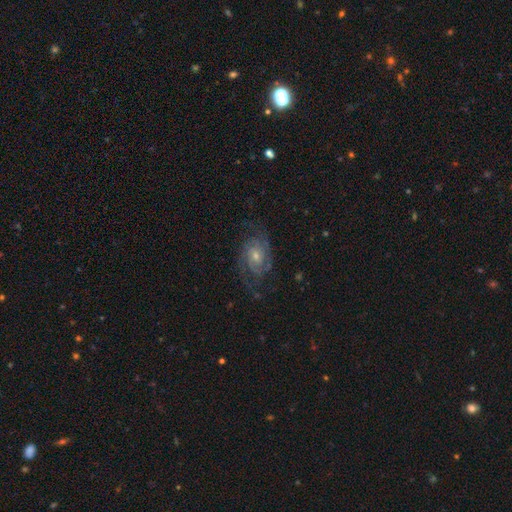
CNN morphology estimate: Smooth or featured: featured or disk — 82% (smooth — 10%)
Edge-on disk: no — 97% (yes — 3%)
Bar: no — 65% (weak — 30%)
Spiral arms: yes — 95% (no — 5%)
Spiral winding: tight — 44% (tied with medium — 44%)
Spiral arm count: 2 — 58% (can't tell — 17%)
Bulge size: small — 57% (moderate — 37%)
Merging: none — 72% (minor disturbance — 16%)